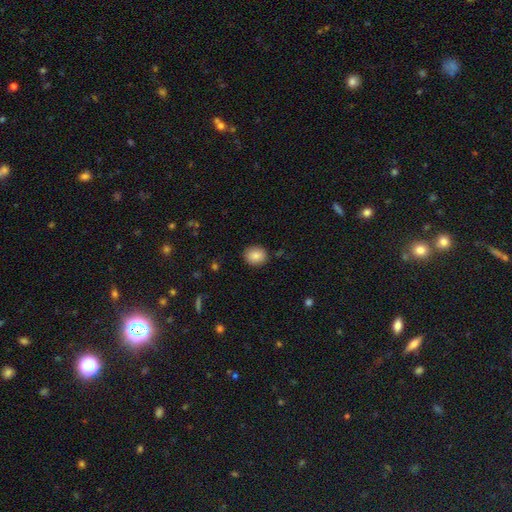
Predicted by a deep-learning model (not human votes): Smooth or featured? Predicted: smooth (p=0.86). How rounded? Predicted: round (p=0.65). Merging? Predicted: none (p=0.88).